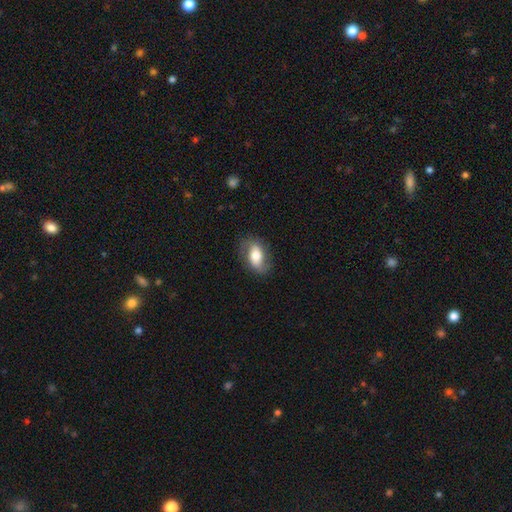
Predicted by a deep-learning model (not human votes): smooth 49%, featured or disk 44%, star or artifact 7%. Down the decision tree: merging — none (76%).